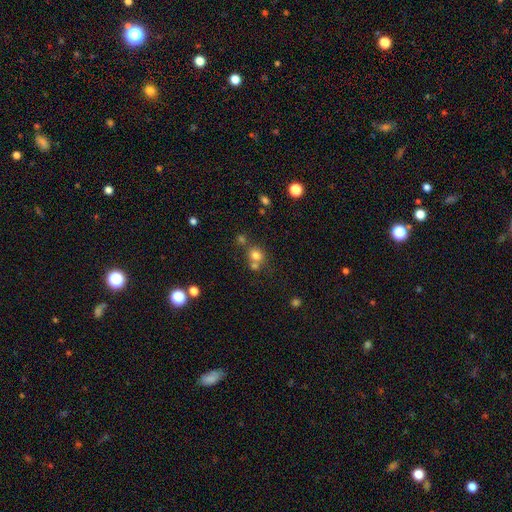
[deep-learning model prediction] Q: Smooth or featured?
A: smooth (76%); runner-up: star or artifact (15%)
Q: How rounded?
A: round (79%); runner-up: in between (20%)
Q: Merging?
A: none (54%); runner-up: merger (32%)